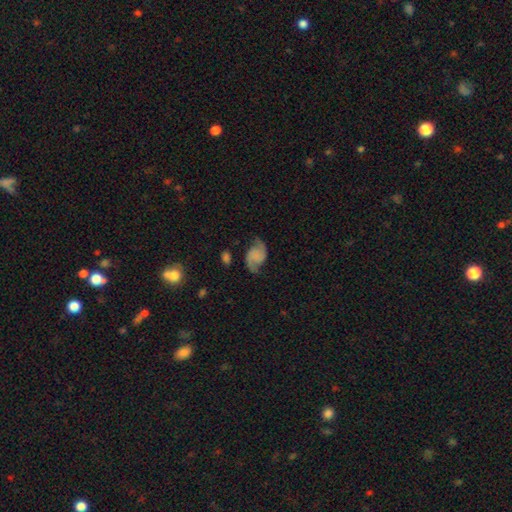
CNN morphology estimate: Overall: featured or disk (79%). Edge-on disk: no (98%). Bar: no (68%). Spiral arms: yes (96%). Spiral arm count: 2 (93%). Spiral winding: loose (49%; medium 39%). Bulge size: none (63%). Merging: none (71%).